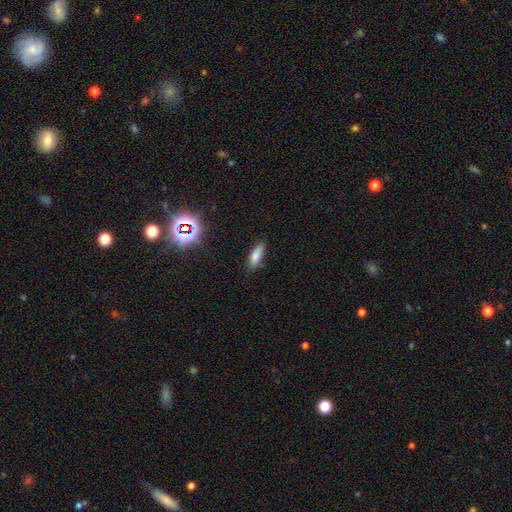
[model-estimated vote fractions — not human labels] Morphology: type=smooth (78%); roundness=in between (61%); merging=none (81%).